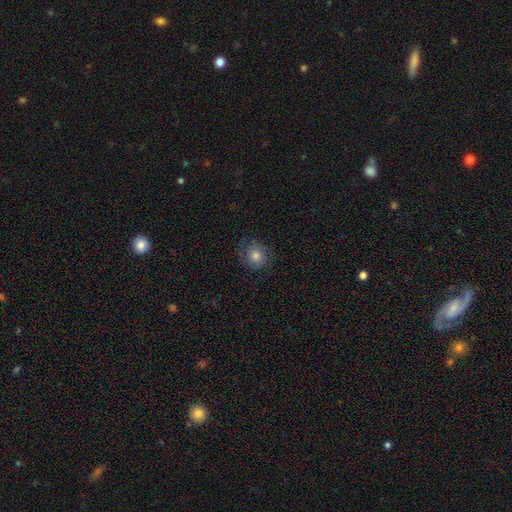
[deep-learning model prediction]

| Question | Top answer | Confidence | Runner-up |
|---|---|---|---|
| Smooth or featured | smooth | 60% | featured or disk (28%) |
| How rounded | round | 86% | in between (13%) |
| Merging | none | 78% | minor disturbance (14%) |